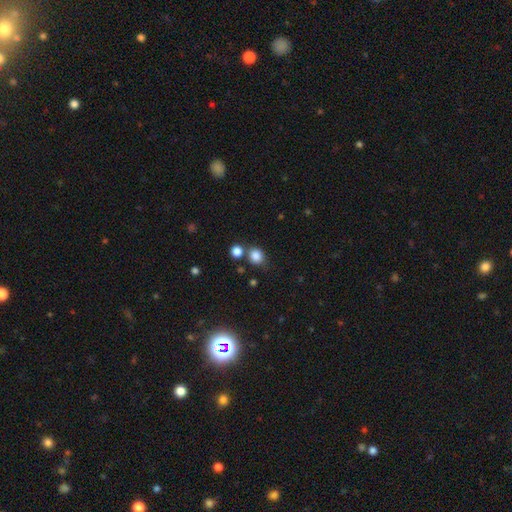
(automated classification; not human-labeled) Smooth or featured? smooth (84%)
How rounded? round (75%)
Merging? none (65%)